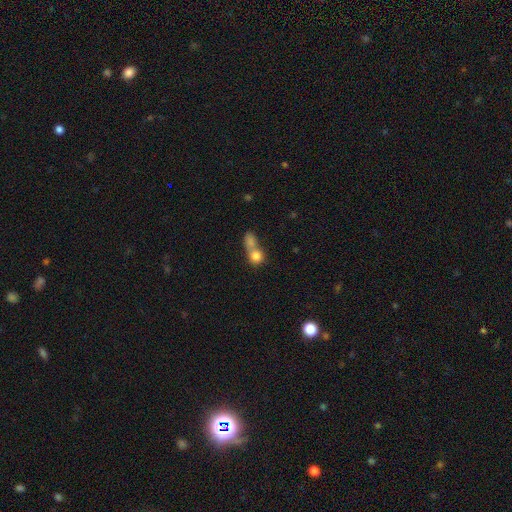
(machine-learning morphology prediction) The model was most divided on "merging": merger: 66%, none: 23%, minor disturbance: 6%, major disturbance: 5%. More confident: smooth or featured — smooth (78%); how rounded — round (71%).